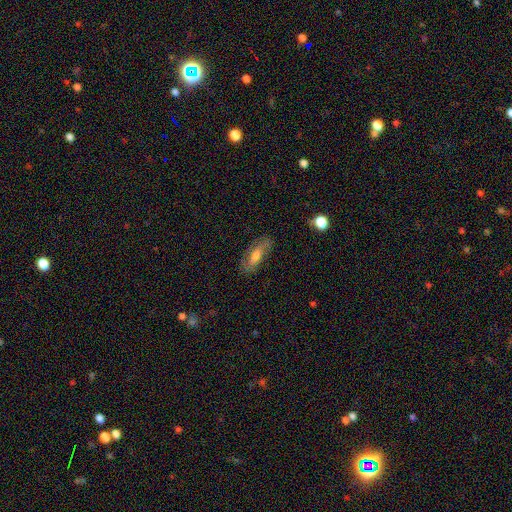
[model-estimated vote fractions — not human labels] Overall: featured or disk (46%, tied with smooth). Merging: none (78%).